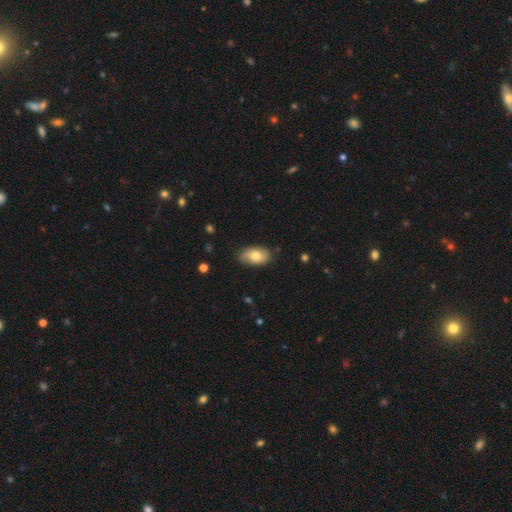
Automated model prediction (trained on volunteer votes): This is likely a smooth galaxy (65%). How rounded: clearly in between (92%). Merging: likely none (77%).